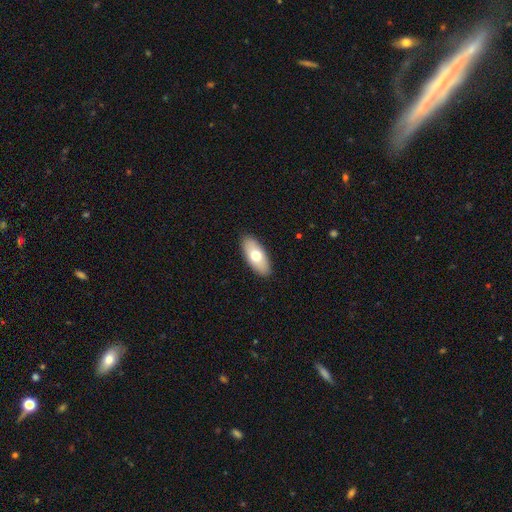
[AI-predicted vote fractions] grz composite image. It shows a smooth galaxy with no disk features (68%) that is in between round and cigar-shaped (89%). Merging: none (89%).